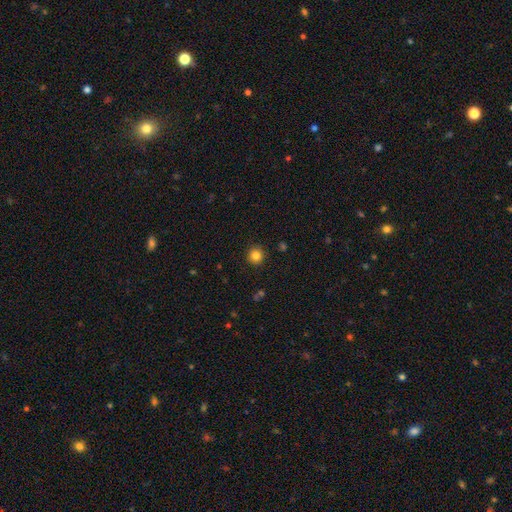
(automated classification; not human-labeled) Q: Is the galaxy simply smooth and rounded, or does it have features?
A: smooth — 83%.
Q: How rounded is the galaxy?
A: round — 94%.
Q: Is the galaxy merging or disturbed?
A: none — 92%.